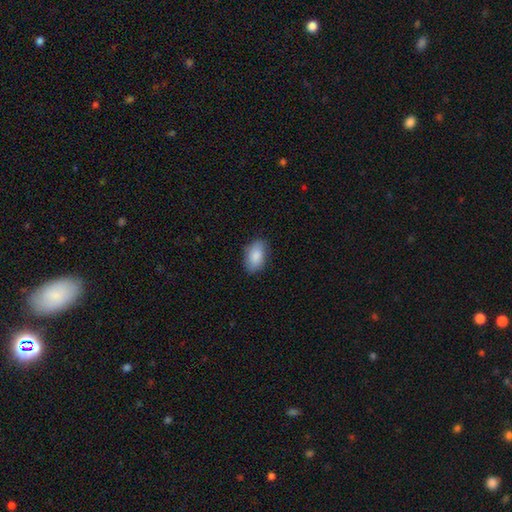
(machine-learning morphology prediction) Q: Smooth or featured?
A: smooth (88%); runner-up: featured or disk (6%)
Q: How rounded?
A: in between (92%); runner-up: round (6%)
Q: Merging?
A: none (82%); runner-up: minor disturbance (14%)